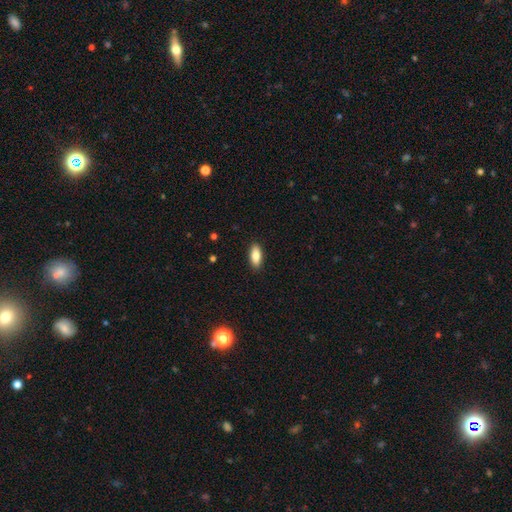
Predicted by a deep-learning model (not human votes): smooth-or-featured: smooth: 84% | featured or disk: 10% | star or artifact: 7%
  how-rounded: in between: 81% | cigar-shaped: 17% | round: 2%
  merging: none: 90% | minor disturbance: 8% | major disturbance: 2% | merger: 1%